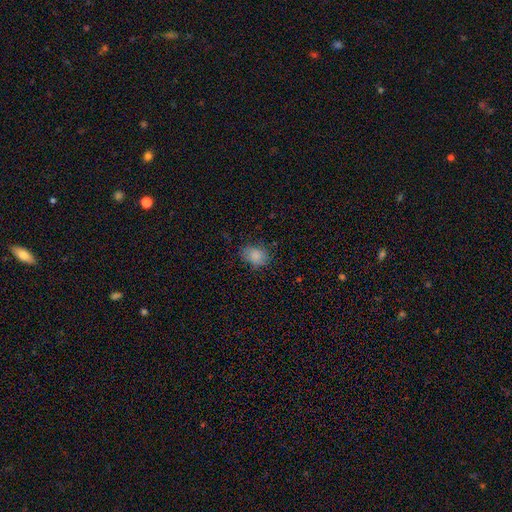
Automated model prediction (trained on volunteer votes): smooth 83%, star or artifact 10%, featured or disk 7%. Down the decision tree: how rounded — in between (64%); merging — none (70%).